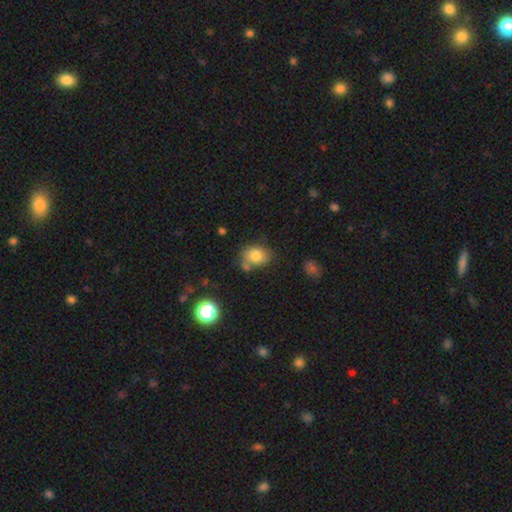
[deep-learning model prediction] smooth-or-featured: smooth: 79% | star or artifact: 11% | featured or disk: 10%
  how-rounded: in between: 54% | round: 45% | cigar-shaped: 1%
  merging: none: 61% | minor disturbance: 19% | merger: 14% | major disturbance: 5%